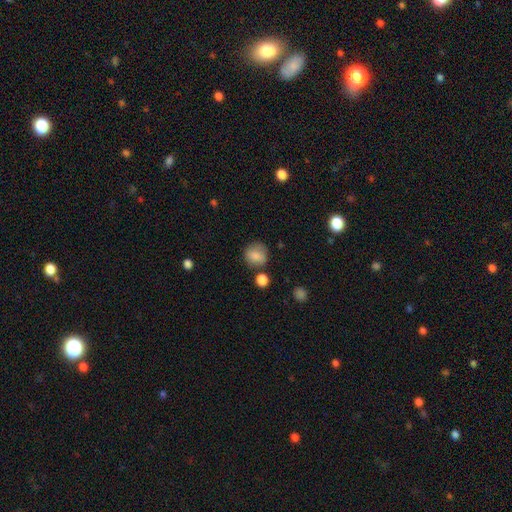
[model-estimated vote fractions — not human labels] This is clearly a smooth galaxy (81%). How rounded: clearly round (82%). Merging: likely none (71%).